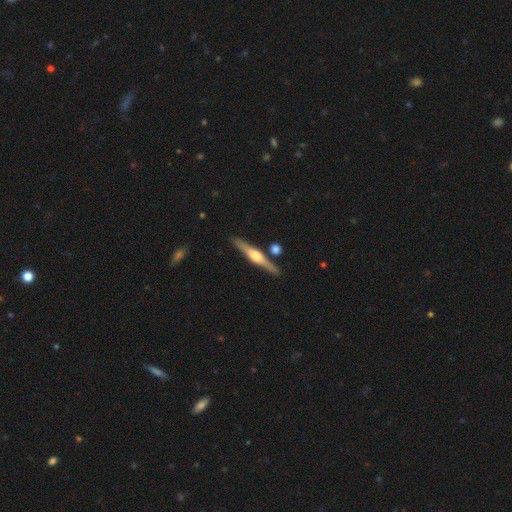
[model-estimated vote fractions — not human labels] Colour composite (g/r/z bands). It shows a featured or disk galaxy (79%) viewed edge-on (98%) with a rounded central bulge (91%). Merging: none (86%).